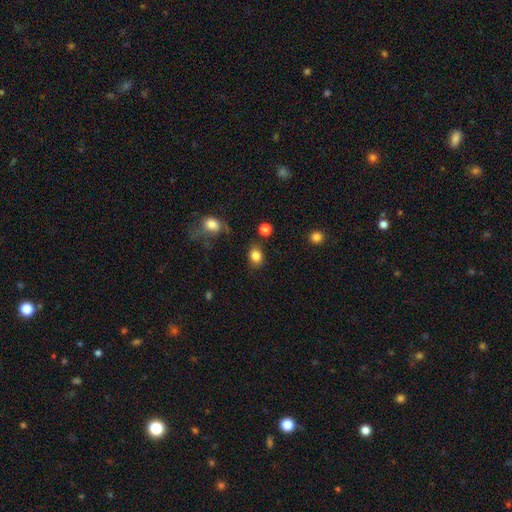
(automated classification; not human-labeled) Q: Smooth or featured?
A: smooth (84%); runner-up: star or artifact (11%)
Q: How rounded?
A: round (51%); runner-up: in between (48%)
Q: Merging?
A: none (79%); runner-up: minor disturbance (13%)